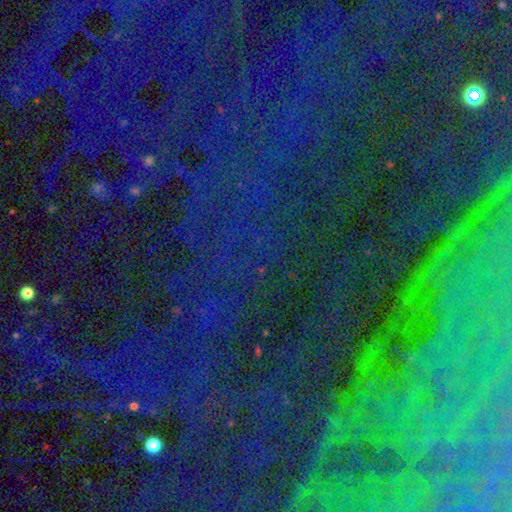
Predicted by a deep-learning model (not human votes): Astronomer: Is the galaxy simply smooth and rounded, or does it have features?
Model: star or artifact — 82%.